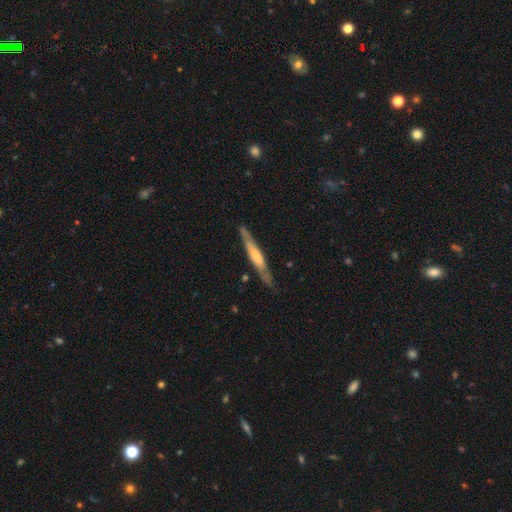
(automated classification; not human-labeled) Smooth or featured? featured or disk (61%)
Edge-on disk? yes (88%)
Edge-on bulge? rounded (50%)
Merging? none (84%)